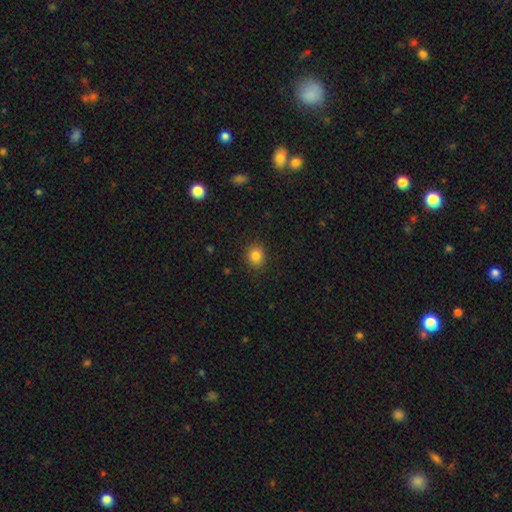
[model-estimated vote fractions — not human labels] A smooth galaxy with no disk features (84%) that is round (72%).

Vote fractions:
- Smooth or featured? smooth: 84% / star or artifact: 11% / featured or disk: 5%
- How rounded? round: 72% / in between: 27% / cigar-shaped: 1%
- Merging? none: 89% / minor disturbance: 8% / major disturbance: 2% / merger: 1%